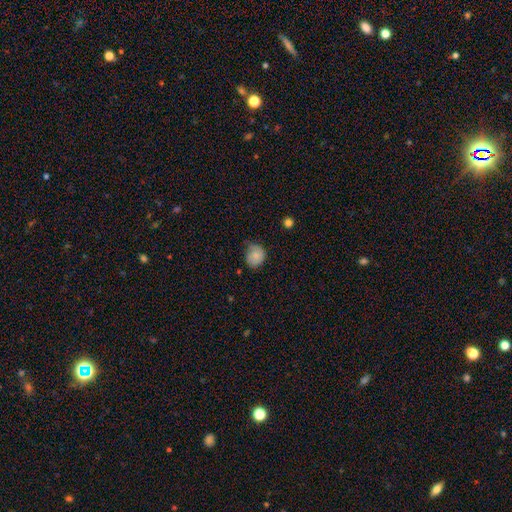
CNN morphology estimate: Q: Smooth or featured?
A: smooth (79%); runner-up: featured or disk (13%)
Q: How rounded?
A: round (67%); runner-up: in between (32%)
Q: Merging?
A: none (52%); runner-up: minor disturbance (37%)